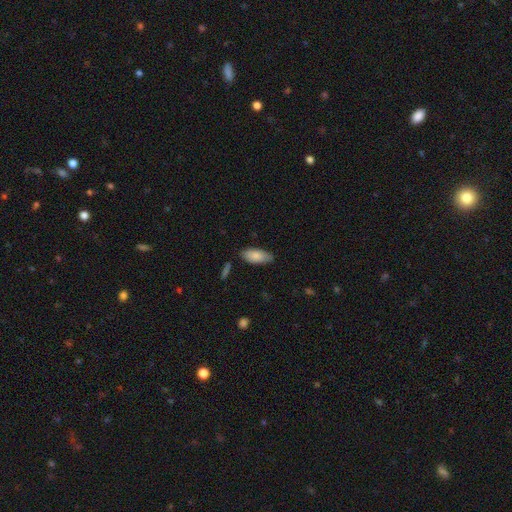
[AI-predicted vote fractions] Smooth or featured? smooth (83%)
How rounded? in between (87%)
Merging? none (80%)